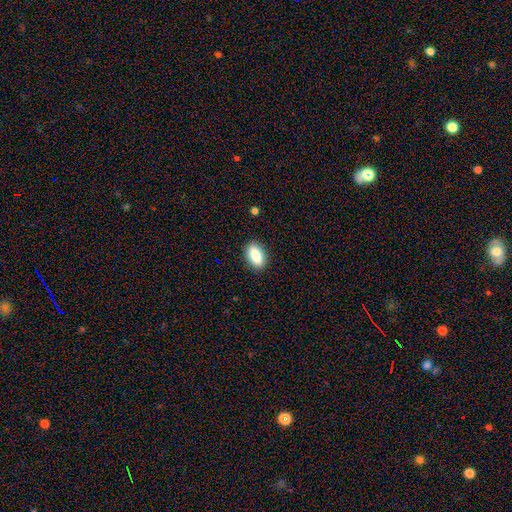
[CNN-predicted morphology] smooth-or-featured: smooth: 86% | featured or disk: 7% | star or artifact: 7%
  how-rounded: in between: 89% | cigar-shaped: 6% | round: 5%
  merging: none: 88% | minor disturbance: 8% | major disturbance: 2% | merger: 1%